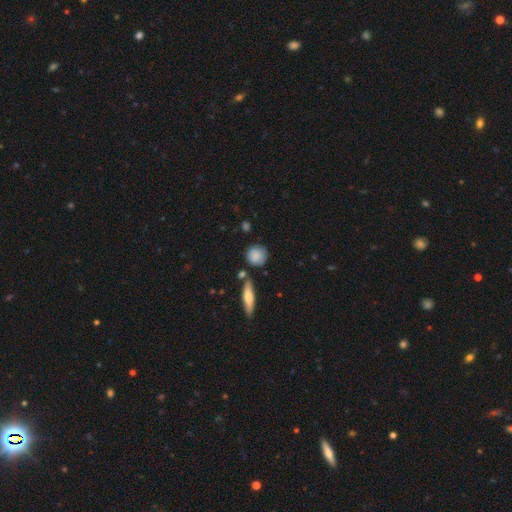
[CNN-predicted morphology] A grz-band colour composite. It shows a smooth galaxy with no disk features (82%) that is round (81%). Merging: none (72%).